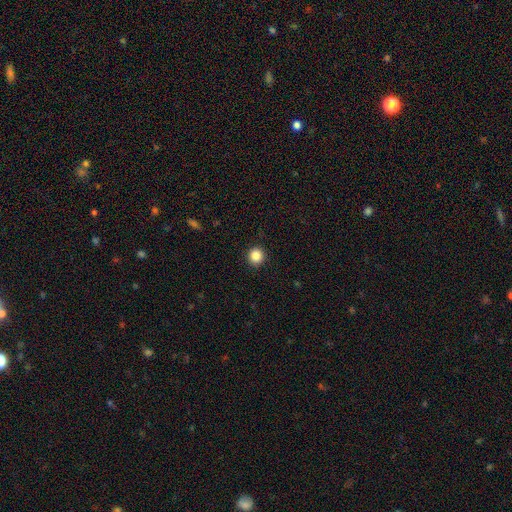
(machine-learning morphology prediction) Smooth or featured?
  - smooth: 86% *
  - star or artifact: 11%
  - featured or disk: 4%
How rounded?
  - round: 92% *
  - in between: 7%
  - cigar-shaped: 1%
Merging?
  - none: 92% *
  - minor disturbance: 5%
  - major disturbance: 2%
  - merger: 1%